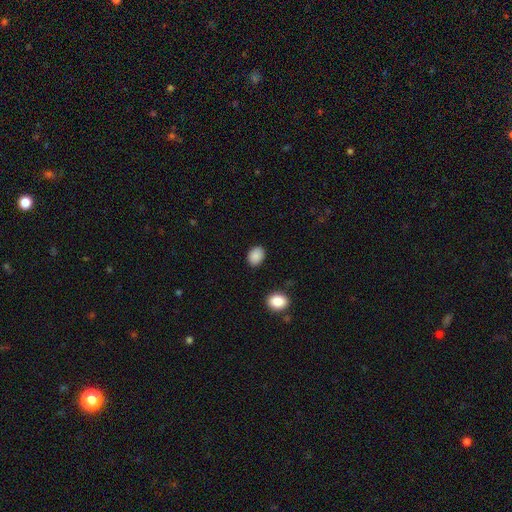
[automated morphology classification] A smooth galaxy with no disk features (89%) that is in between round and cigar-shaped (70%). Merging: none (86%).